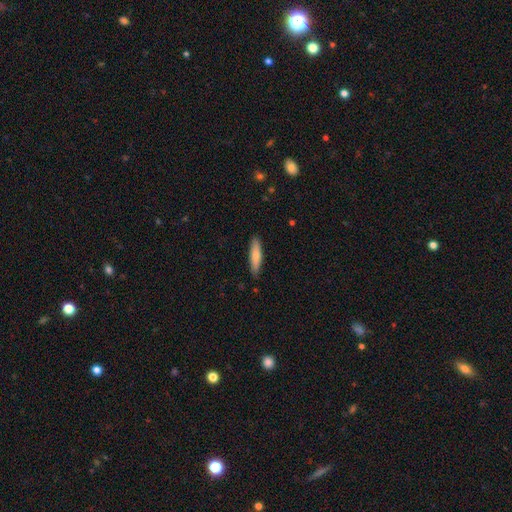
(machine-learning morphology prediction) Overall: smooth (77%). How rounded: cigar-shaped (77%). Merging: none (87%).